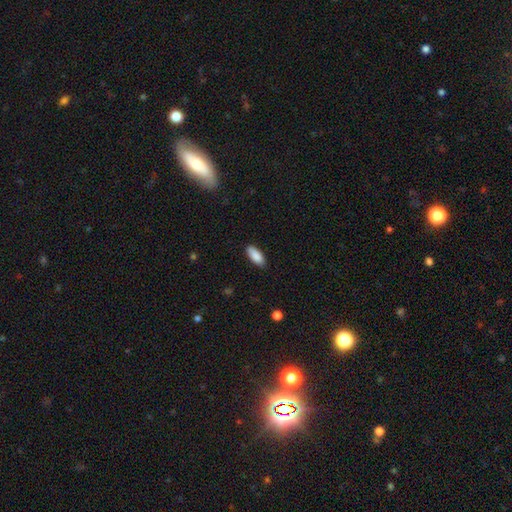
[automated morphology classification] This is clearly a smooth galaxy (89%). How rounded: clearly in between (82%). Merging: clearly none (86%).